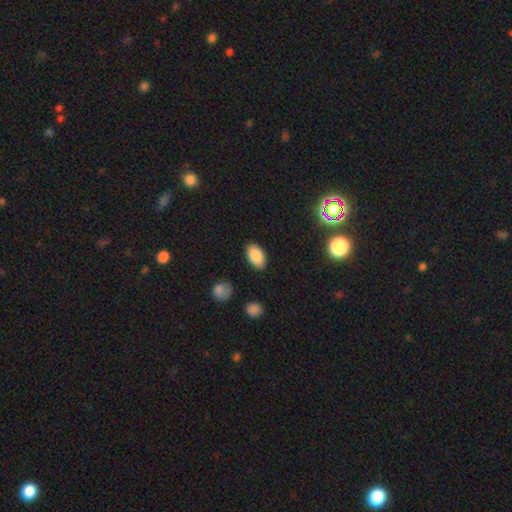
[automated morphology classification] smooth 86%, star or artifact 8%, featured or disk 5%. Down the decision tree: how rounded — in between (93%); merging — none (87%).